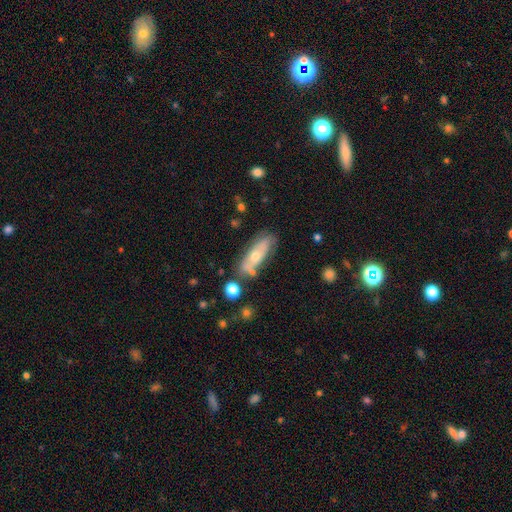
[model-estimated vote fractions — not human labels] This appears to be a smooth galaxy with no disk features (48%). Merging: none (68%).